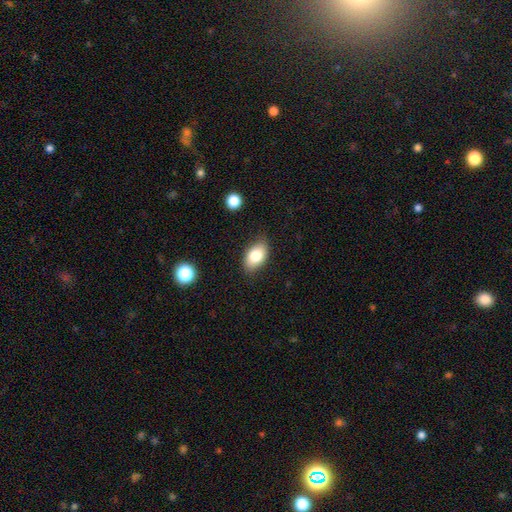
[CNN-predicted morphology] Smooth or featured: smooth — 82% (featured or disk — 10%)
How rounded: in between — 91% (round — 8%)
Merging: none — 80% (minor disturbance — 15%)